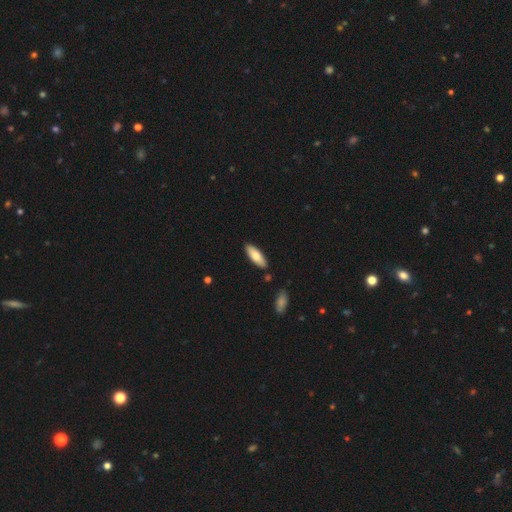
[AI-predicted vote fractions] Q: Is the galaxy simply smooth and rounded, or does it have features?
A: smooth — 80%.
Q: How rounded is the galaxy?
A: in between — 65%.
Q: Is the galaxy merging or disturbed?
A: none — 86%.